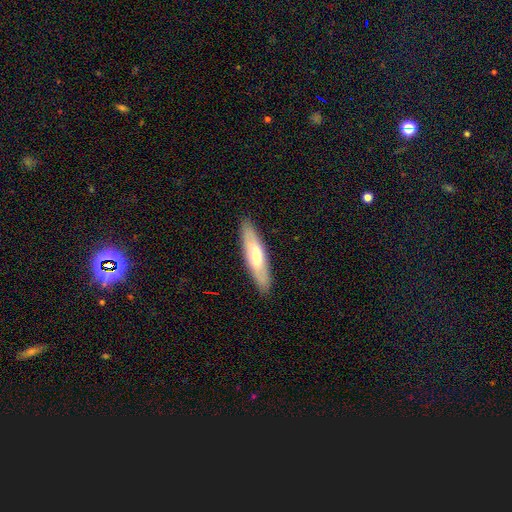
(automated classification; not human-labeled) A smooth galaxy with no disk features (54%) that is cigar-shaped (71%).

Vote fractions:
- Smooth or featured? smooth: 54% / featured or disk: 40% / star or artifact: 6%
- How rounded? cigar-shaped: 71% / in between: 28% / round: 2%
- Merging? none: 88% / minor disturbance: 9% / major disturbance: 2% / merger: 1%